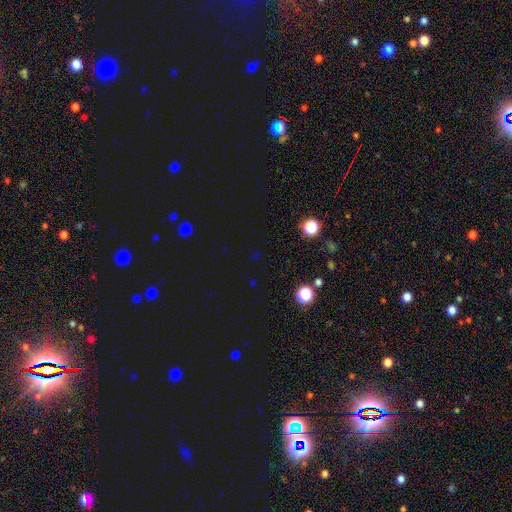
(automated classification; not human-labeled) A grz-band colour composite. It shows a star or artifact, not a galaxy (64%).